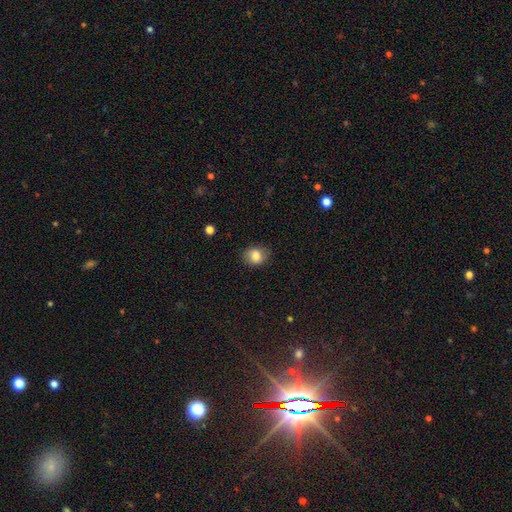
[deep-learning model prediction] The model was most divided on "how rounded": round: 54%, in between: 45%, cigar-shaped: 1%. More confident: smooth or featured — smooth (80%); merging — none (80%).